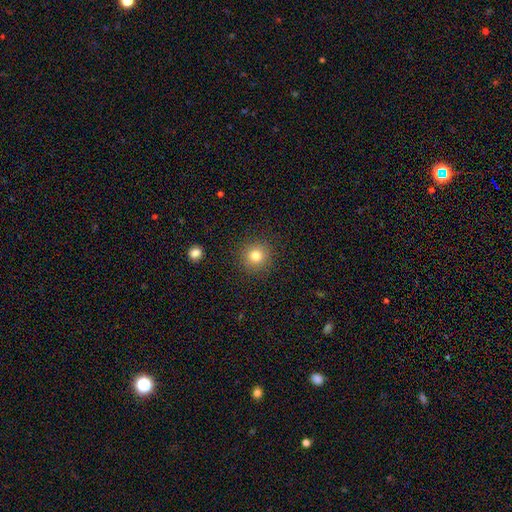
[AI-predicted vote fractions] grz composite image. It shows a smooth galaxy with no disk features (80%) that is round (94%). Merging: none (90%).